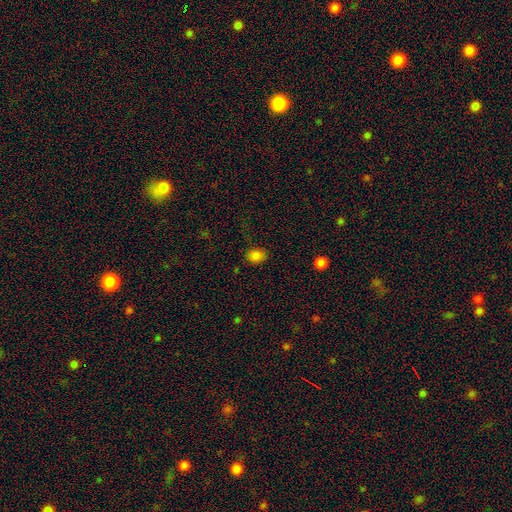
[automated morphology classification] smooth-or-featured: smooth: 82% | star or artifact: 14% | featured or disk: 4%
  how-rounded: in between: 55% | round: 44% | cigar-shaped: 1%
  merging: none: 81% | minor disturbance: 14% | major disturbance: 3% | merger: 2%